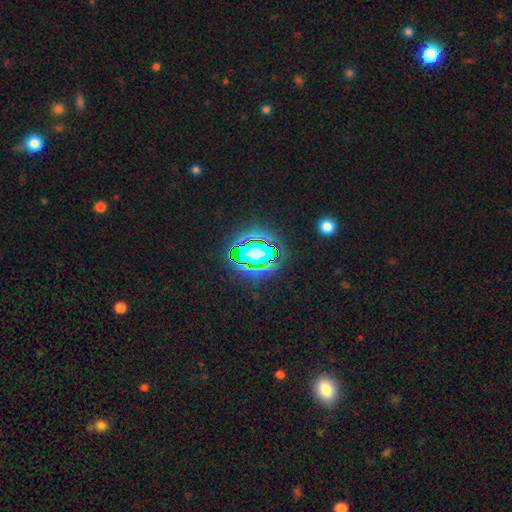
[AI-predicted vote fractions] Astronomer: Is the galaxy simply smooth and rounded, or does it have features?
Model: star or artifact — 80%.